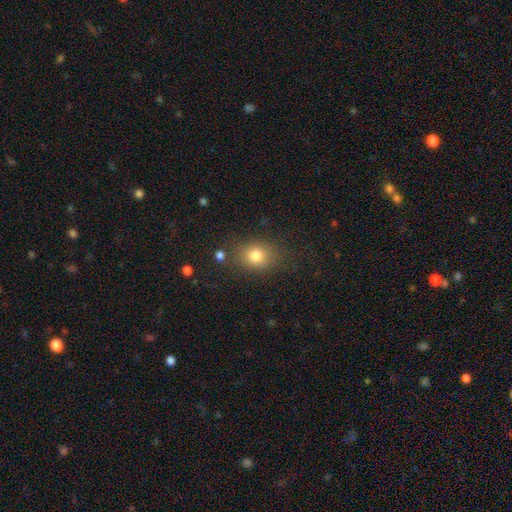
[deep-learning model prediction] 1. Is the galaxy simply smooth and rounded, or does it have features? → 79% smooth, 12% star or artifact, 8% featured or disk.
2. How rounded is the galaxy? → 57% round, 42% in between, 1% cigar-shaped.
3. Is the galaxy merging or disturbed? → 78% none, 13% minor disturbance, 5% major disturbance, 4% merger.